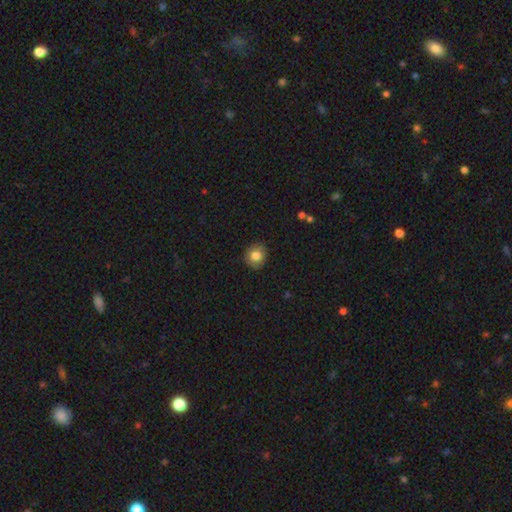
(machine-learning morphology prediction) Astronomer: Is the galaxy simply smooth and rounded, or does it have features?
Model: smooth — 81%.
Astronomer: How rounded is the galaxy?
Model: round — 80%.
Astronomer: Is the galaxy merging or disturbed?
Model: none — 88%.